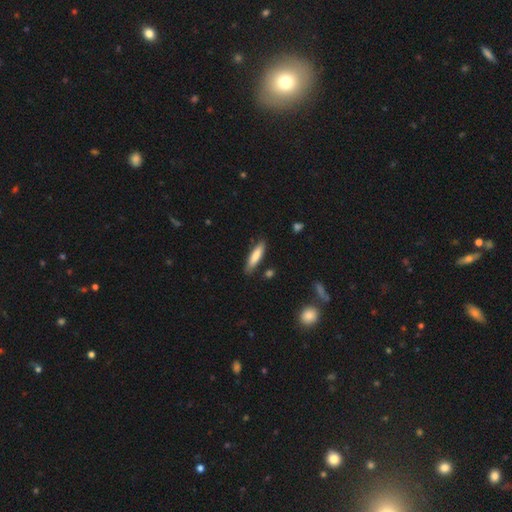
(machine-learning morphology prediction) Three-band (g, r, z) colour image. It shows a smooth galaxy with no disk features (79%) that is cigar-shaped (79%). Merging: none (83%).